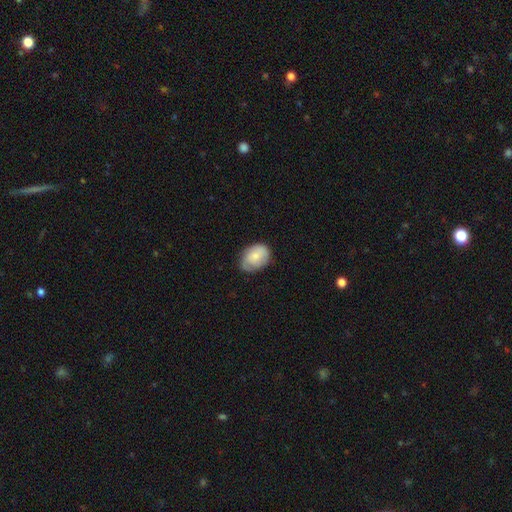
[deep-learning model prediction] Smooth or featured?
  - smooth: 70% *
  - featured or disk: 24%
  - star or artifact: 7%
How rounded?
  - in between: 76% *
  - round: 23%
  - cigar-shaped: 1%
Merging?
  - none: 59% *
  - minor disturbance: 32%
  - major disturbance: 8%
  - merger: 1%